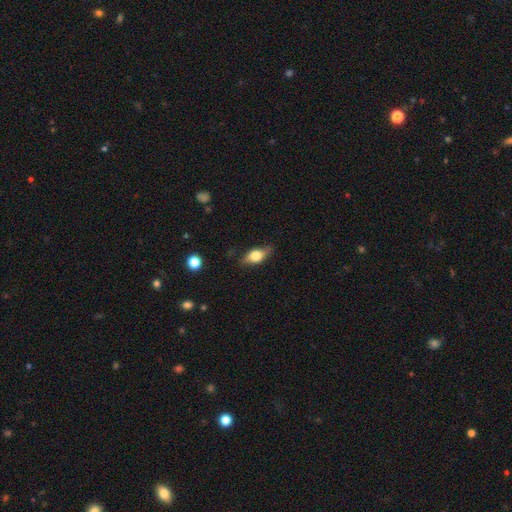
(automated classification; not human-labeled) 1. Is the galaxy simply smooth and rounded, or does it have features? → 64% smooth, 28% featured or disk, 8% star or artifact.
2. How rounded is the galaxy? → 79% in between, 11% cigar-shaped, 10% round.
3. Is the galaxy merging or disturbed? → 77% none, 17% minor disturbance, 4% major disturbance, 1% merger.